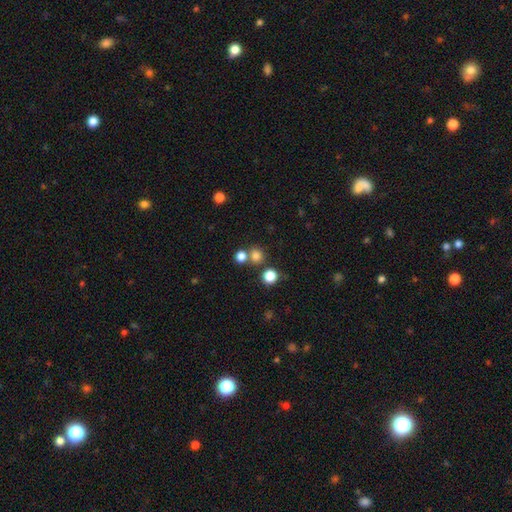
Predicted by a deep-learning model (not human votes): This is likely a smooth galaxy (77%). How rounded: clearly round (87%). Merging: likely none (65%).